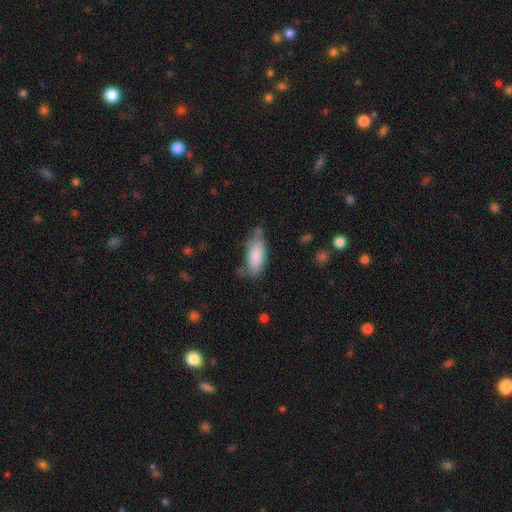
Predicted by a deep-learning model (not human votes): This is clearly a smooth galaxy (86%). How rounded: clearly in between (84%). Merging: possibly none (57%).